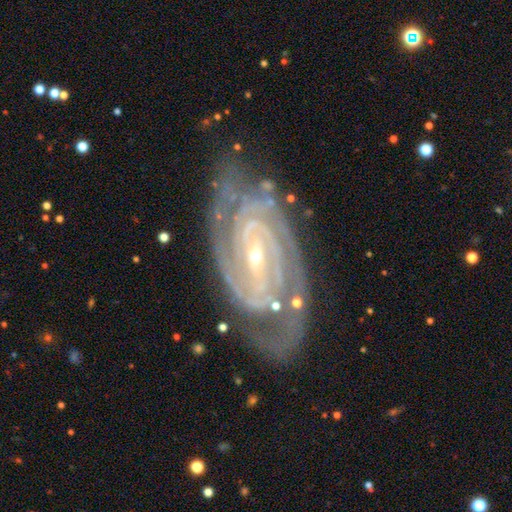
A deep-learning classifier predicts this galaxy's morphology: smooth_or_featured: featured or disk (p=0.92) [alt: star or artifact p=0.05]
disk_edge_on: no (p=0.96) [alt: yes p=0.04]
bar: weak (p=0.38) [alt: strong p=0.36]
has_spiral_arms: yes (p=0.99) [alt: no p=0.01]
spiral_winding: tight (p=0.76) [alt: medium p=0.21]
spiral_arm_count: 2 (p=0.37) [alt: 3 p=0.21]
bulge_size: small (p=0.76) [alt: moderate p=0.21]
merging: none (p=0.74) [alt: minor disturbance p=0.18]